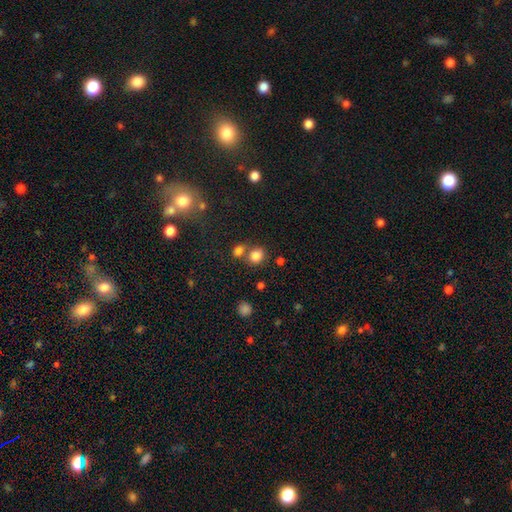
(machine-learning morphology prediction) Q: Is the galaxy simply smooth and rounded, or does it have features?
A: smooth — 81%.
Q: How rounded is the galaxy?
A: round — 73%.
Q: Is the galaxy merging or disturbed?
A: none — 57%.